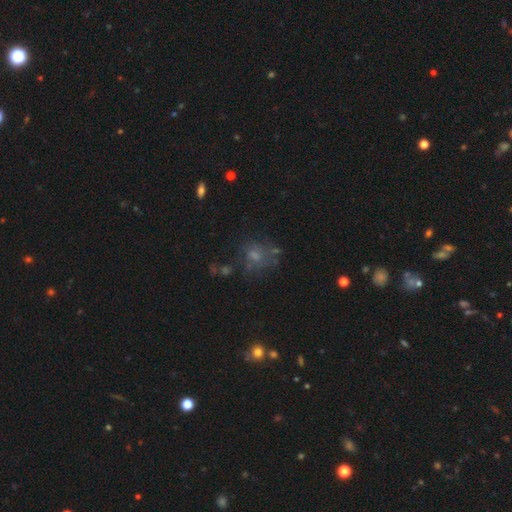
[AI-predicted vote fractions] smooth 50%, featured or disk 29%, star or artifact 21%. Down the decision tree: how rounded — round (62%); merging — none (50%).